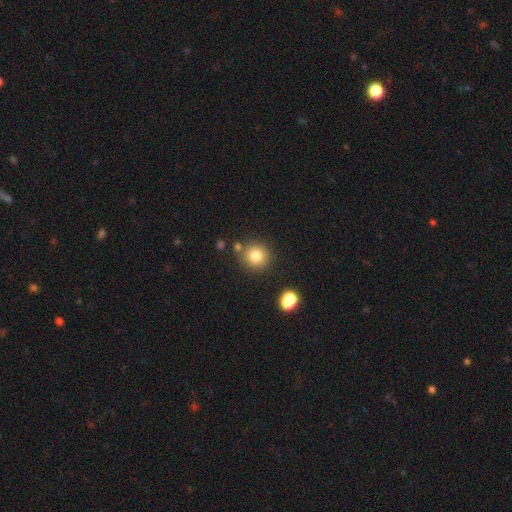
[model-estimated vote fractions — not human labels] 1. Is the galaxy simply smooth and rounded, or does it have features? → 82% smooth, 11% star or artifact, 7% featured or disk.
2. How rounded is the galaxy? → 90% round, 9% in between, 1% cigar-shaped.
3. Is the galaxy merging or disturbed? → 80% none, 9% minor disturbance, 8% merger, 3% major disturbance.